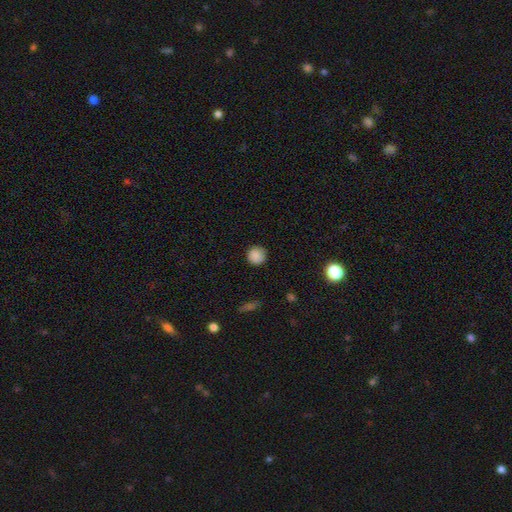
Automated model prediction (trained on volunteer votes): smooth 87%, star or artifact 10%, featured or disk 3%. Down the decision tree: how rounded — round (94%); merging — none (89%).